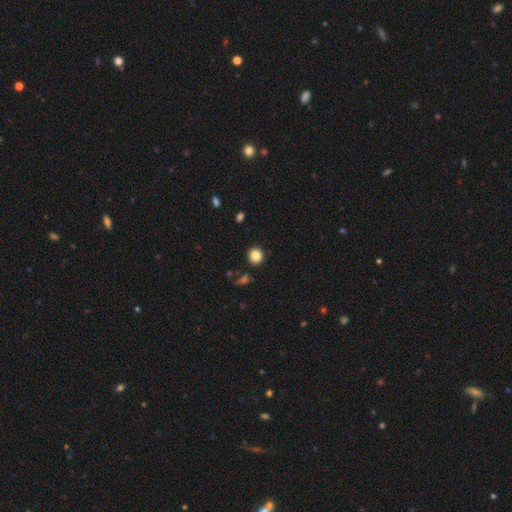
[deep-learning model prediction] A smooth galaxy with no disk features (84%) that is round (91%). Merging: none (90%).